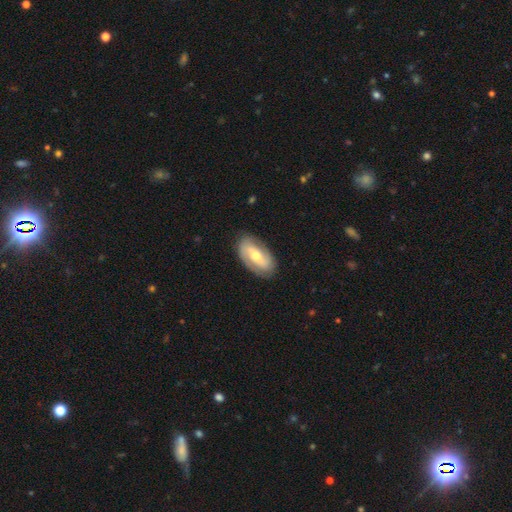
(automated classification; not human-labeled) featured or disk 67%, smooth 28%, star or artifact 5%. Down the decision tree: edge-on disk — no (92%); bar — no (38%); spiral arms — yes (79%); bulge size — moderate (64%); merging — none (83%).